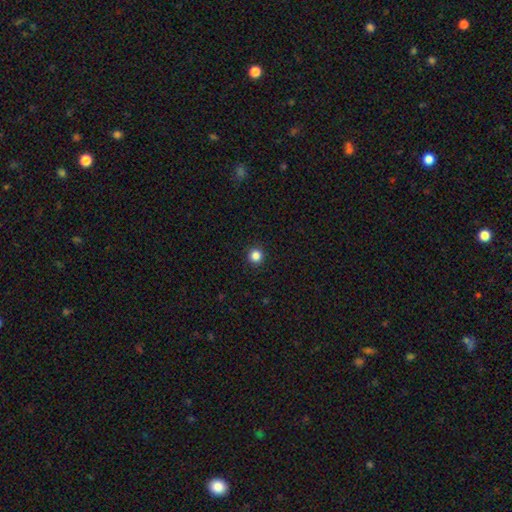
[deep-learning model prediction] The model was most divided on "smooth or featured": smooth: 85%, star or artifact: 12%, featured or disk: 3%. More confident: how rounded — round (95%); merging — none (93%).